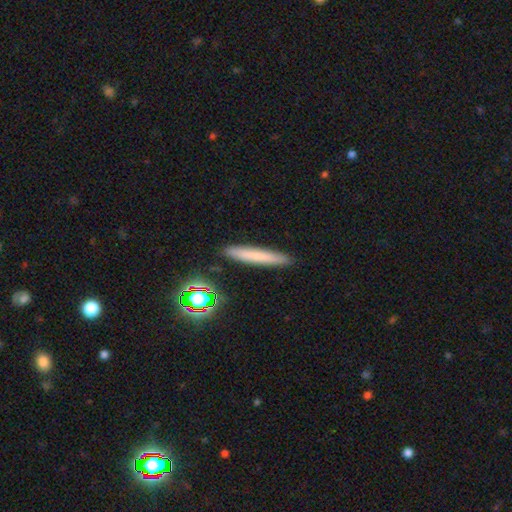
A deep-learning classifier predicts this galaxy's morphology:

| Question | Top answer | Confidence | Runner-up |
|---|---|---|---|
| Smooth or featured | smooth | 69% | featured or disk (20%) |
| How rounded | cigar-shaped | 94% | in between (4%) |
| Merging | none | 91% | minor disturbance (6%) |